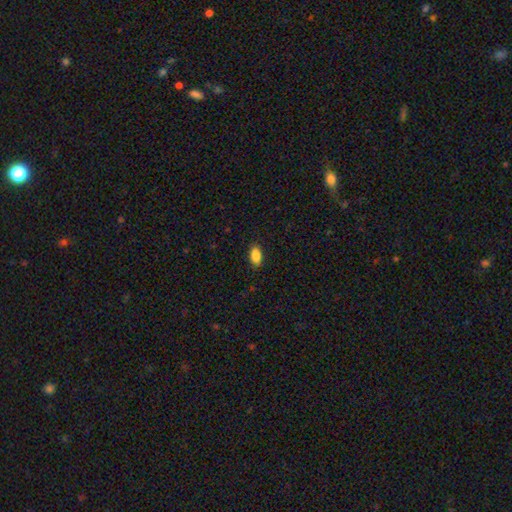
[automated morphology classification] Smooth or featured? Predicted: smooth (p=0.88). How rounded? Predicted: in between (p=0.91). Merging? Predicted: none (p=0.88).